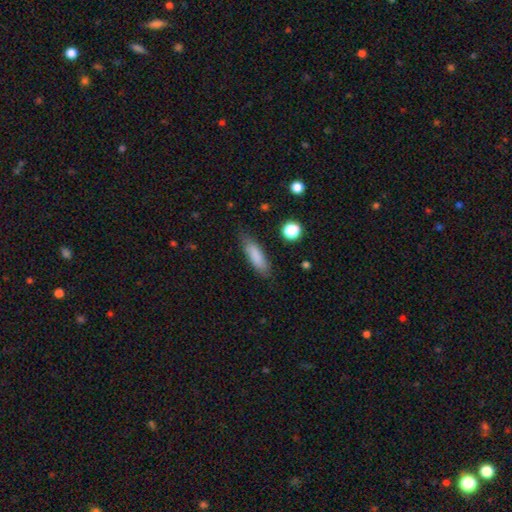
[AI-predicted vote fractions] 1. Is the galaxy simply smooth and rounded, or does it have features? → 83% smooth, 10% featured or disk, 7% star or artifact.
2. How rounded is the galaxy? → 50% cigar-shaped, 48% in between, 2% round.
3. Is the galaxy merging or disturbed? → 77% none, 17% minor disturbance, 4% major disturbance, 2% merger.